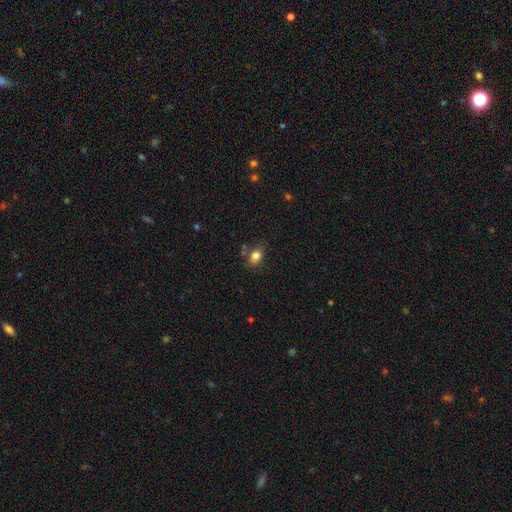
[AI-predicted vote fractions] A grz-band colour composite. It shows a smooth galaxy with no disk features (81%) that is in between round and cigar-shaped (76%). Merging: none (69%).